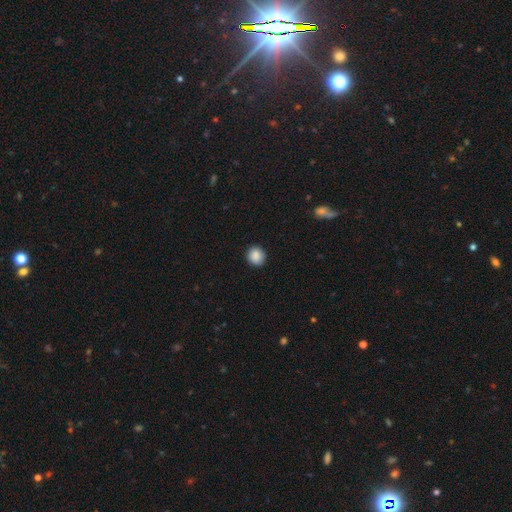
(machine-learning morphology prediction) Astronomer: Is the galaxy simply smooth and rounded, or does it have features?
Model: smooth — 88%.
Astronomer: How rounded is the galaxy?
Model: round — 86%.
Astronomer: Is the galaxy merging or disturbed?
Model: none — 89%.